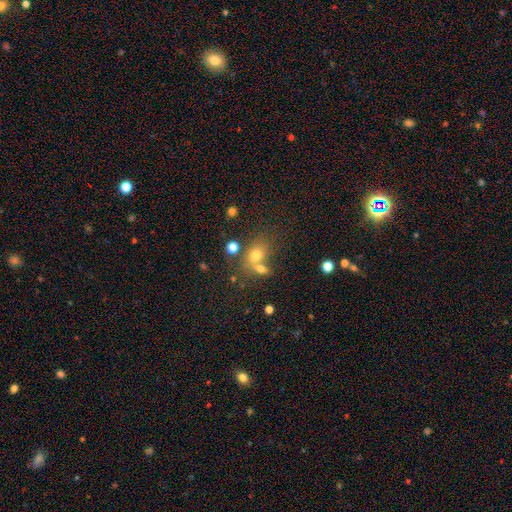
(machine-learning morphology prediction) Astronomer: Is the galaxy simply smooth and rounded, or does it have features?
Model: smooth — 70%.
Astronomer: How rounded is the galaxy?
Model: in between — 55% (runner-up: round, 44%).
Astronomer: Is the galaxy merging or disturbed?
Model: none — 45% (runner-up: merger, 38%).